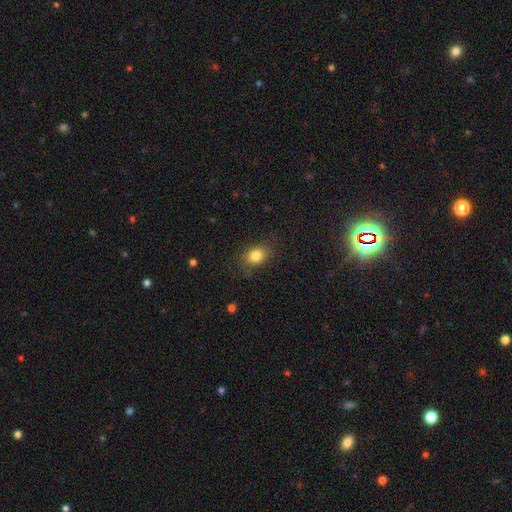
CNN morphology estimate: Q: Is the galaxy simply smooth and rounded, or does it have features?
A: smooth — 83%.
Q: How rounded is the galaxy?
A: in between — 71%.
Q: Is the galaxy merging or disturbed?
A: none — 81%.